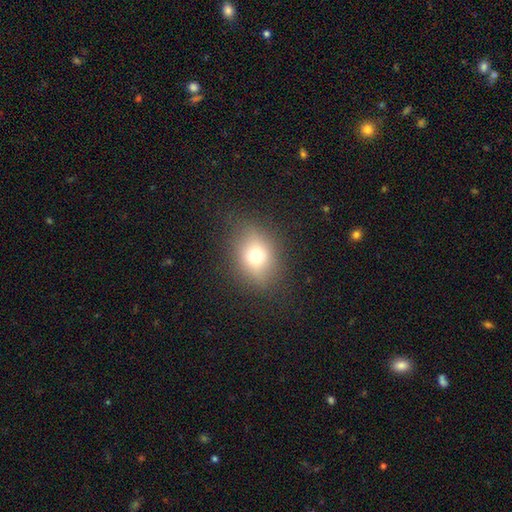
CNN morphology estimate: Smooth or featured? smooth (69%)
How rounded? in between (51%)
Merging? none (81%)